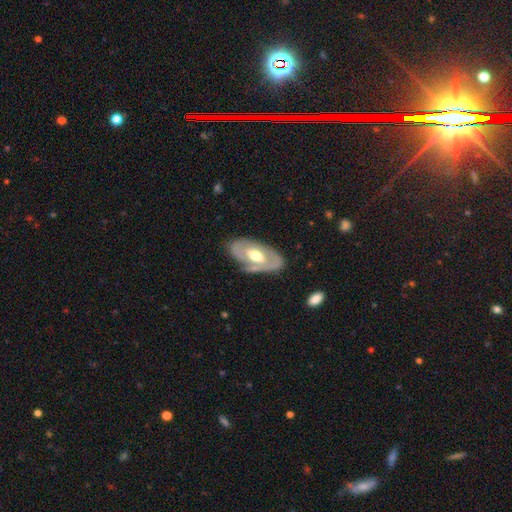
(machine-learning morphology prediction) Smooth or featured?
  - featured or disk: 71% *
  - smooth: 24%
  - star or artifact: 4%
Edge-on disk?
  - no: 91% *
  - yes: 9%
Bar?
  - no: 57% *
  - weak: 30%
  - strong: 13%
Spiral arms?
  - yes: 58% *
  - no: 42%
Bulge size?
  - moderate: 70% *
  - large: 18%
  - small: 10%
  - dominant: 1%
  - none: 1%
Merging?
  - none: 72% *
  - minor disturbance: 18%
  - major disturbance: 6%
  - merger: 3%